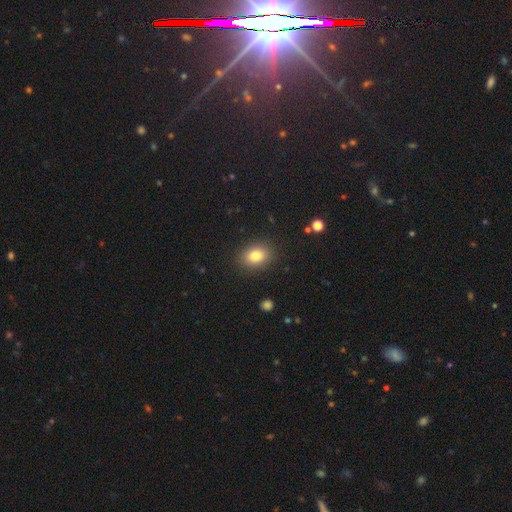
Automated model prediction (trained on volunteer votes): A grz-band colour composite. It shows a smooth galaxy with no disk features (81%) that is in between round and cigar-shaped (68%). Merging: none (88%).